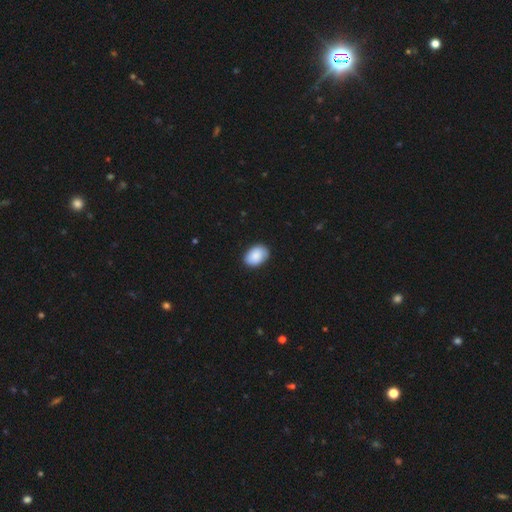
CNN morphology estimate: Smooth or featured? Predicted: smooth (p=0.90). How rounded? Predicted: in between (p=0.84). Merging? Predicted: none (p=0.87).